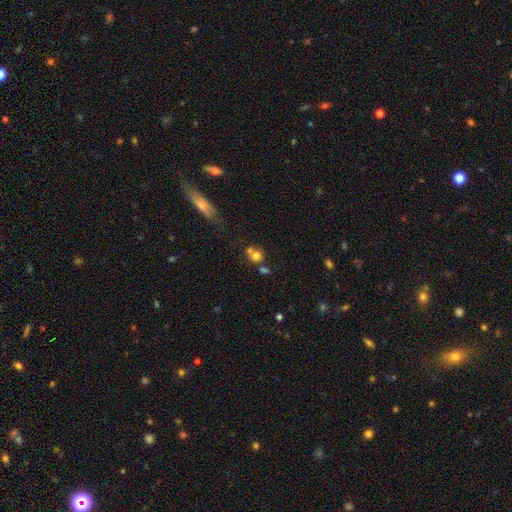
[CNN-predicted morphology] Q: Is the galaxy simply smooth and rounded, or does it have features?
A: smooth — 72%.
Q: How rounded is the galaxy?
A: round — 78%.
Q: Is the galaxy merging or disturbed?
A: merger — 44%.